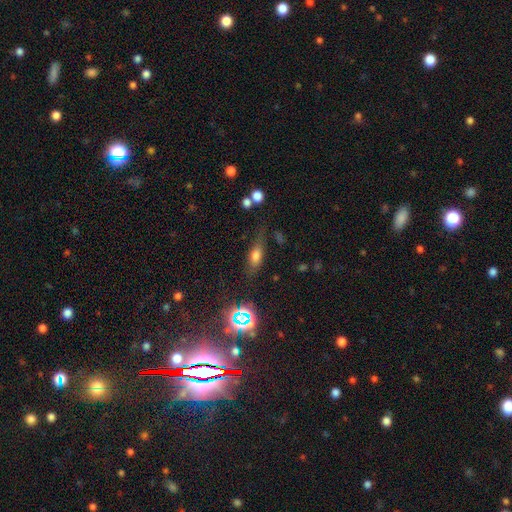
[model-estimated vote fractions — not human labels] smooth-or-featured: smooth: 62% | featured or disk: 20% | star or artifact: 18%
  how-rounded: in between: 63% | cigar-shaped: 29% | round: 8%
  merging: none: 65% | minor disturbance: 20% | major disturbance: 10% | merger: 5%